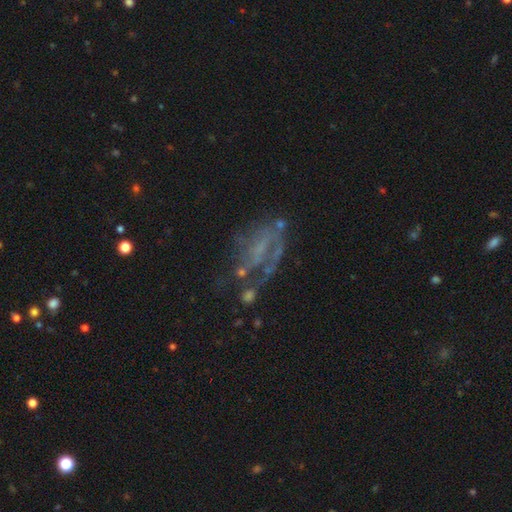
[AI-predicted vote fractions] The model was most divided on "spiral arms" (2-way tie): no: 50%, yes: 50%. Remaining: edge-on disk — no (94%); bulge size — none (63%); smooth or featured — featured or disk (61%); bar — no (58%); merging — none (41%).